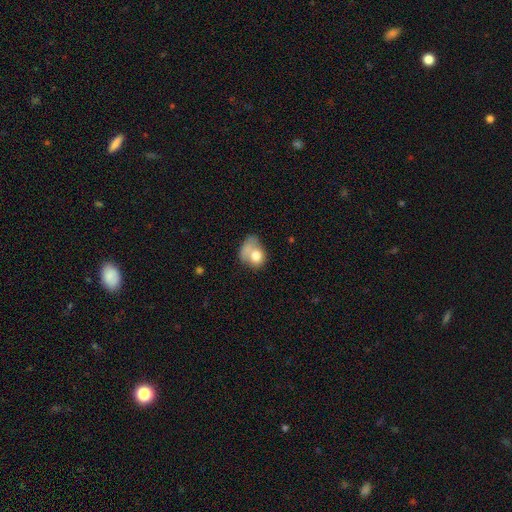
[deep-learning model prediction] smooth_or_featured: smooth (p=0.70) [alt: featured or disk p=0.21]
how_rounded: in between (p=0.54) [alt: round p=0.45]
merging: merger (p=0.31) [alt: major disturbance p=0.26]